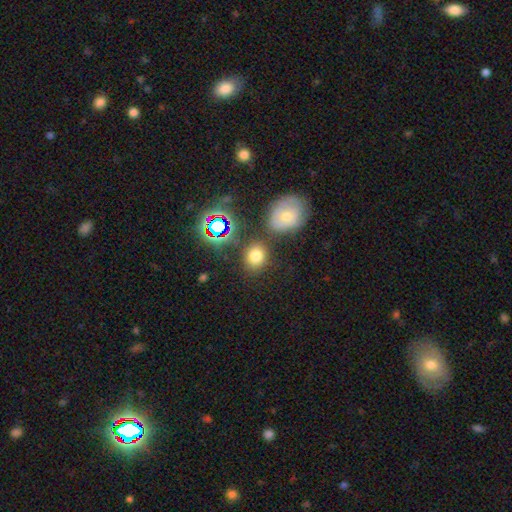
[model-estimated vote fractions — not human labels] The model was most divided on "how rounded": round: 56%, in between: 42%, cigar-shaped: 1%. More confident: merging — none (75%); smooth or featured — smooth (72%).